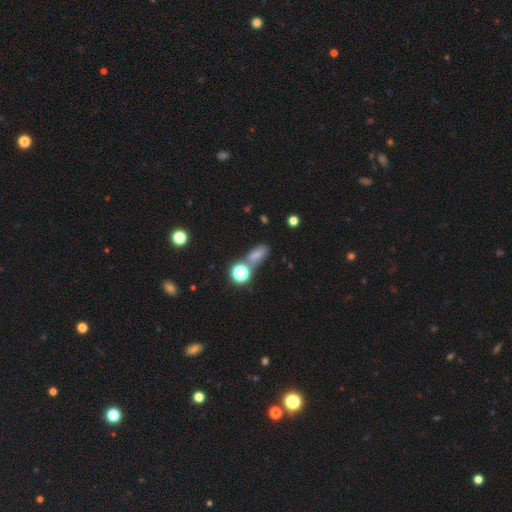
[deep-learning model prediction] Overall: smooth (63%; star or artifact 24%). How rounded: in between (73%). Merging: none (59%).